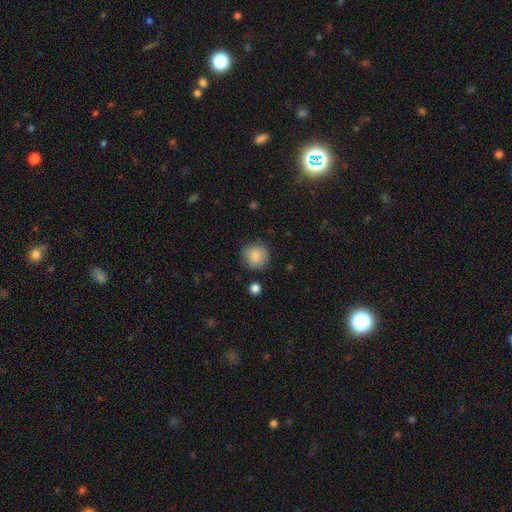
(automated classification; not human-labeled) Smooth or featured?
  - smooth: 86% *
  - star or artifact: 8%
  - featured or disk: 6%
How rounded?
  - round: 91% *
  - in between: 8%
  - cigar-shaped: 1%
Merging?
  - none: 80% *
  - minor disturbance: 15%
  - major disturbance: 4%
  - merger: 2%